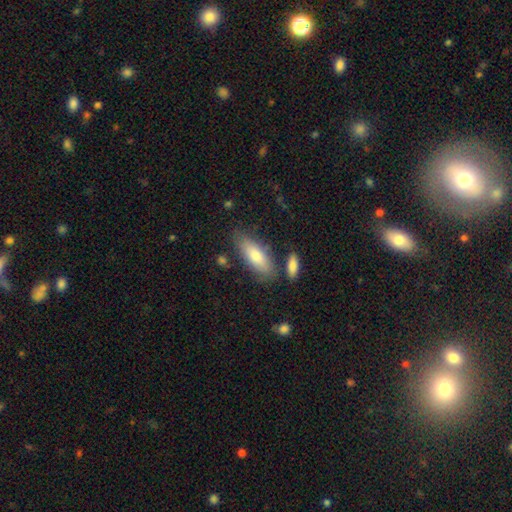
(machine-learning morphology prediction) This appears to be a smooth galaxy with no disk features (75%) that is in between round and cigar-shaped (70%). Merging: none (75%).